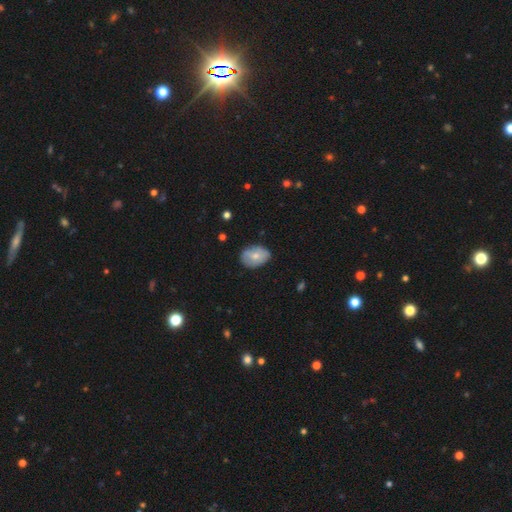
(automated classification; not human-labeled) Smooth or featured? smooth (66%)
How rounded? in between (75%)
Merging? none (75%)